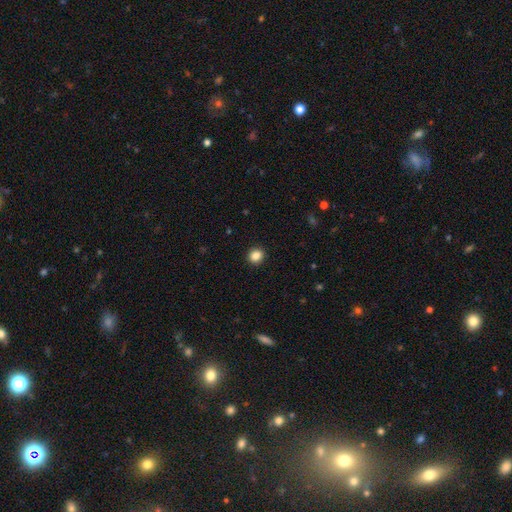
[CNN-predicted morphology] Smooth or featured? smooth (86%)
How rounded? round (85%)
Merging? none (93%)